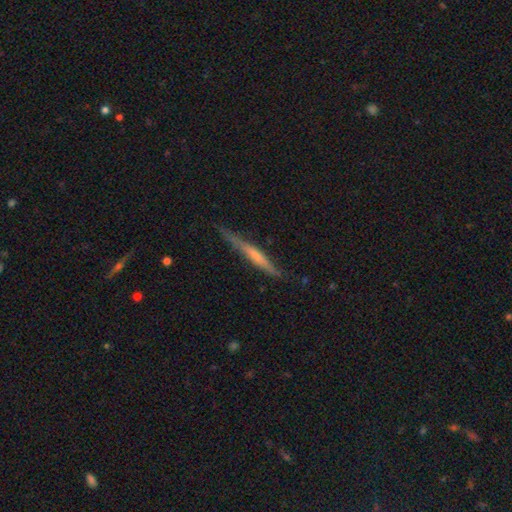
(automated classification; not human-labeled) smooth-or-featured: featured or disk: 53% | smooth: 41% | star or artifact: 6%
  disk-edge-on: yes: 95% | no: 5%
    edge-on-bulge: none: 58% | rounded: 27% | boxy: 15%
  merging: none: 75% | minor disturbance: 19% | major disturbance: 4% | merger: 2%